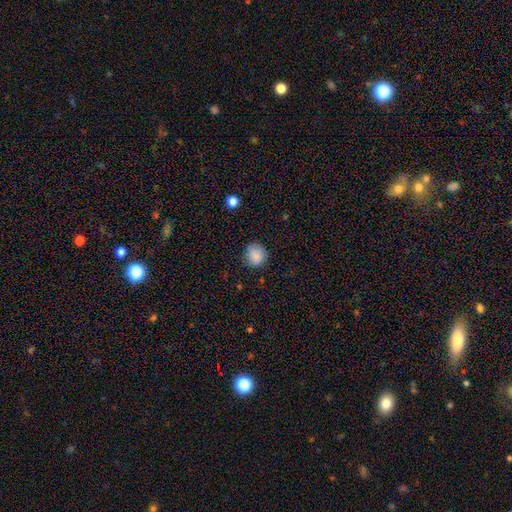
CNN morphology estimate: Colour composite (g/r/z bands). It shows a smooth galaxy with no disk features (86%) that is round (81%). Merging: none (77%).